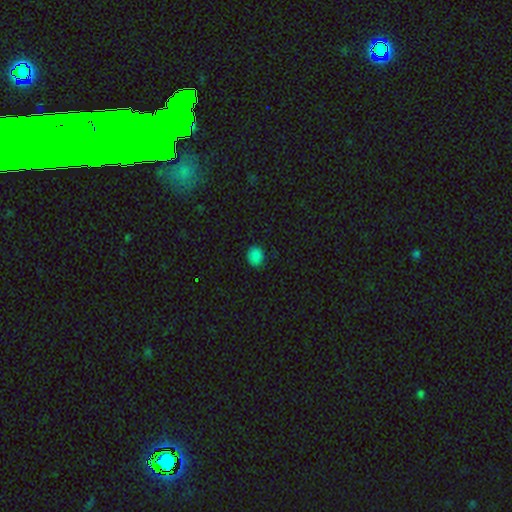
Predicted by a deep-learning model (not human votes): Smooth or featured?
  - smooth: 84% *
  - star or artifact: 13%
  - featured or disk: 3%
How rounded?
  - round: 67% *
  - in between: 32%
  - cigar-shaped: 1%
Merging?
  - none: 85% *
  - minor disturbance: 12%
  - major disturbance: 2%
  - merger: 1%